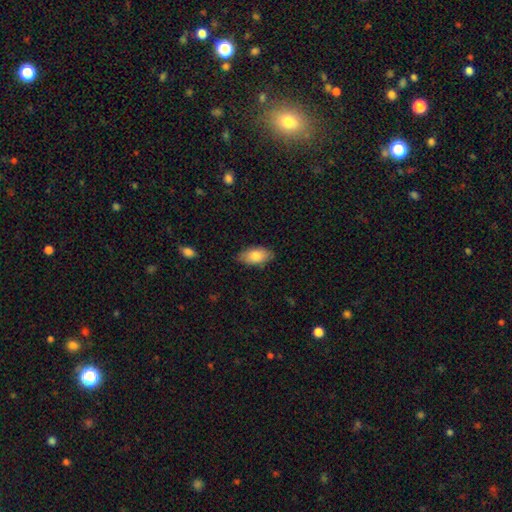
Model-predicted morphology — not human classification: Smooth or featured: smooth — 82% (featured or disk — 11%)
How rounded: in between — 93% (cigar-shaped — 4%)
Merging: none — 81% (minor disturbance — 15%)